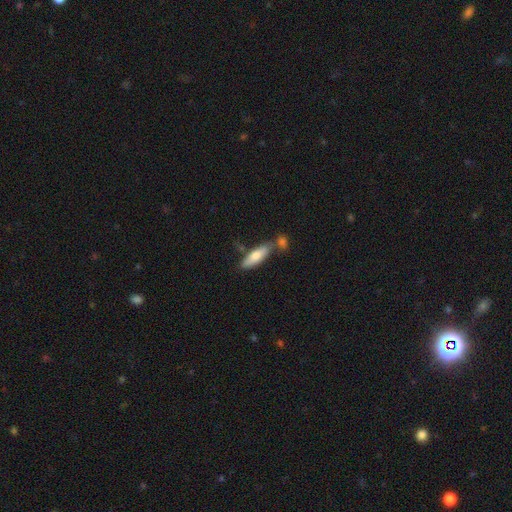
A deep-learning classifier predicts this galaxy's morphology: A smooth galaxy with no disk features (73%) that is cigar-shaped (50%). Merging: none (57%).